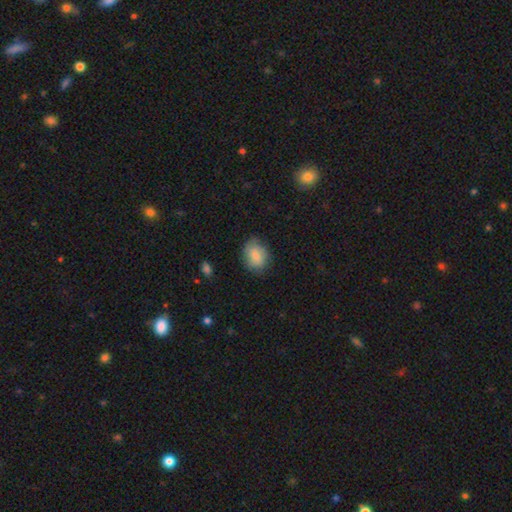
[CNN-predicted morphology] This appears to be a smooth galaxy with no disk features (81%) that is in between round and cigar-shaped (55%). Merging: none (73%).